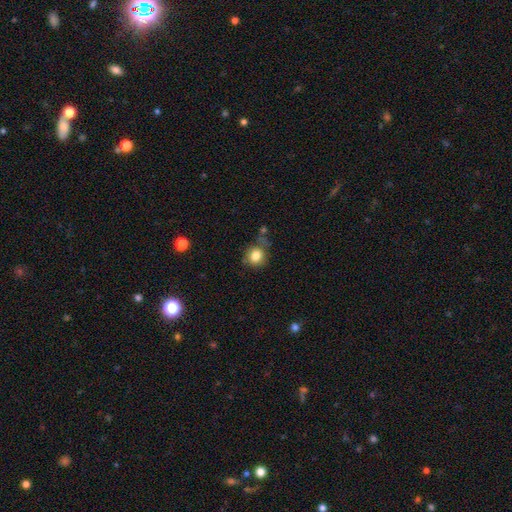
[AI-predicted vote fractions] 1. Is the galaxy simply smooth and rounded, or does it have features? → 83% smooth, 10% star or artifact, 8% featured or disk.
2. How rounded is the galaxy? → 82% round, 17% in between, 1% cigar-shaped.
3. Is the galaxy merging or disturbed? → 64% none, 21% minor disturbance, 8% merger, 7% major disturbance.